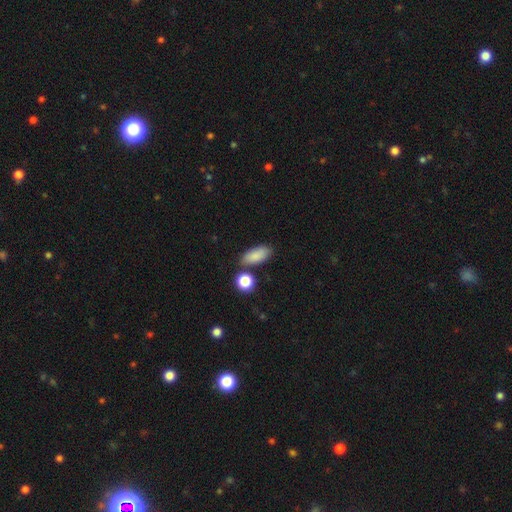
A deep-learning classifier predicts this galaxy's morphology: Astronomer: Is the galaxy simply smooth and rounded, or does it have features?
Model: smooth — 85%.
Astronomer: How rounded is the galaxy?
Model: in between — 84%.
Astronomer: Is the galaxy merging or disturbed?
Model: none — 75%.